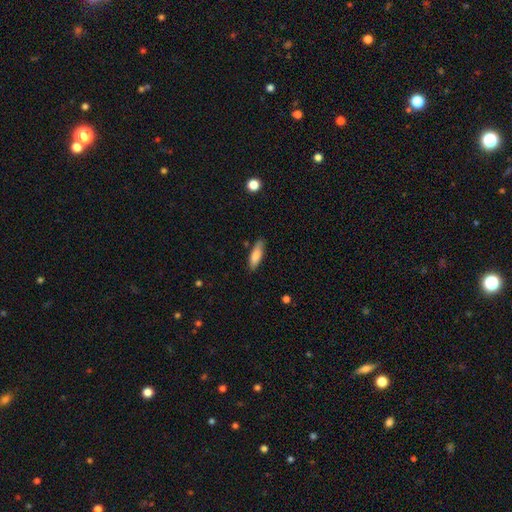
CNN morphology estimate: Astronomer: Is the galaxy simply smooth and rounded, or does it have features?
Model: smooth — 82%.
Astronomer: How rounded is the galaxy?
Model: in between — 50% (runner-up: cigar-shaped, 48%).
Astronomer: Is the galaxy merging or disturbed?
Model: none — 81%.